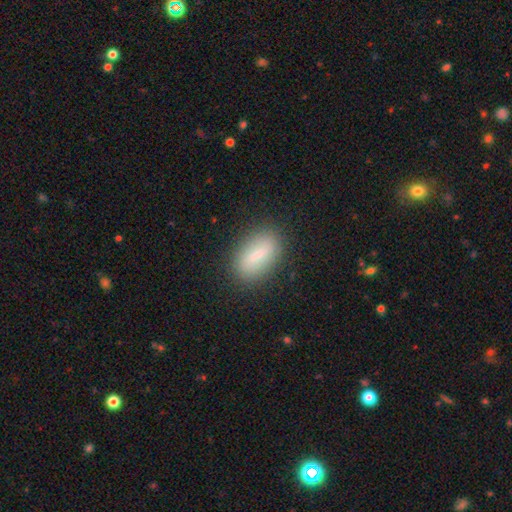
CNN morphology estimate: Smooth or featured? smooth (70%)
How rounded? in between (82%)
Merging? none (85%)